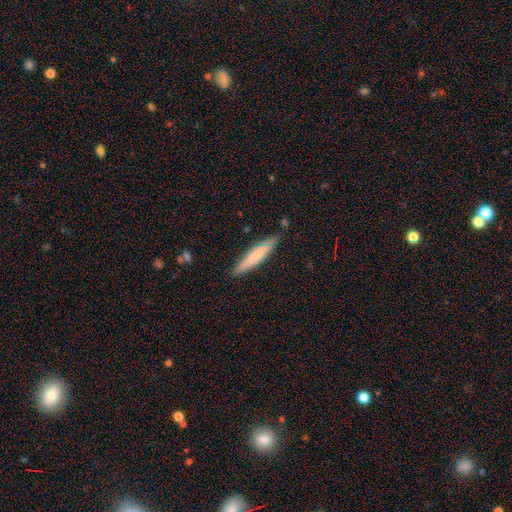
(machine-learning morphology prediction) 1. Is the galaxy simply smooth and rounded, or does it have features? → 67% smooth, 27% featured or disk, 6% star or artifact.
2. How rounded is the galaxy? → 89% cigar-shaped, 10% in between, 1% round.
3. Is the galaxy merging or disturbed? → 82% none, 14% minor disturbance, 2% major disturbance, 2% merger.